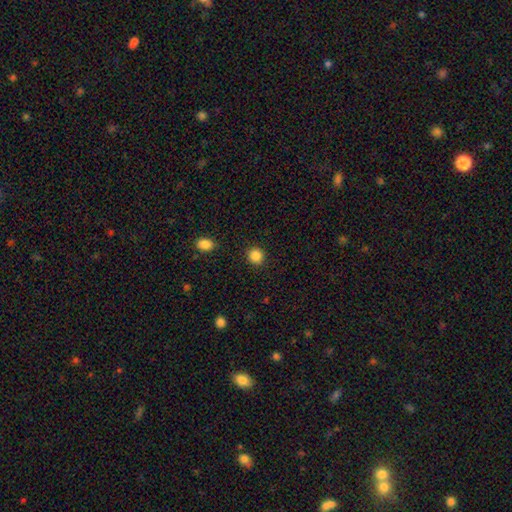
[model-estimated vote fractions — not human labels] Smooth or featured?
  - smooth: 87% *
  - star or artifact: 10%
  - featured or disk: 3%
How rounded?
  - round: 87% *
  - in between: 12%
  - cigar-shaped: 1%
Merging?
  - none: 90% *
  - minor disturbance: 6%
  - major disturbance: 2%
  - merger: 1%